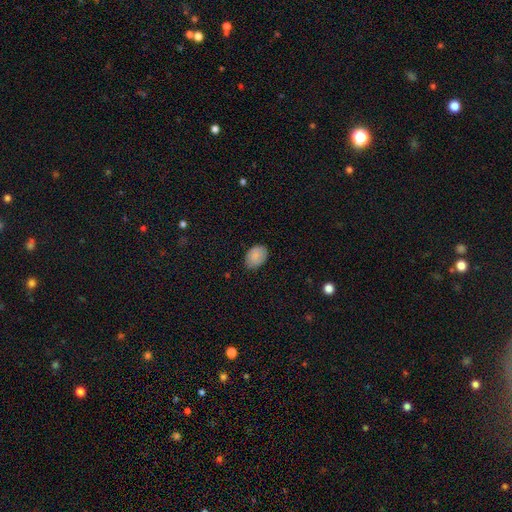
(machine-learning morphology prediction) This is clearly a smooth galaxy (85%). How rounded: likely in between (76%). Merging: clearly none (81%).